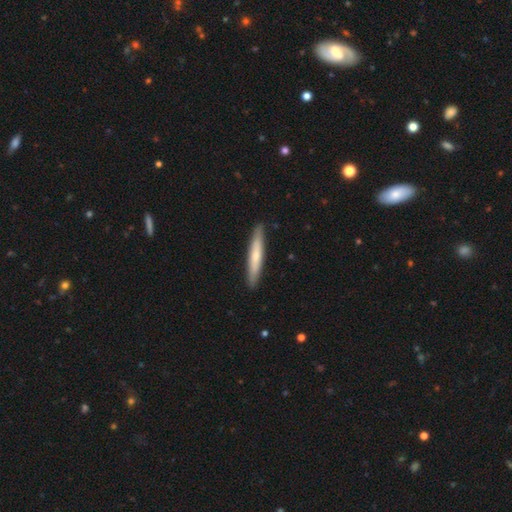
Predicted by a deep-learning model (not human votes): A smooth galaxy with no disk features (61%) that is cigar-shaped (95%).

Vote fractions:
- Smooth or featured? smooth: 61% / featured or disk: 34% / star or artifact: 5%
- How rounded? cigar-shaped: 95% / in between: 4% / round: 1%
- Merging? none: 91% / minor disturbance: 7% / major disturbance: 1% / merger: 1%